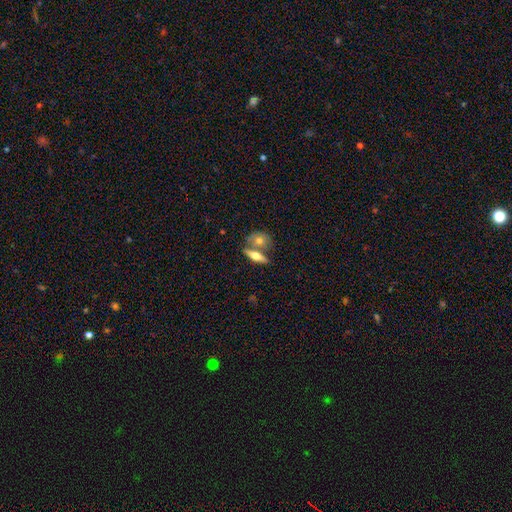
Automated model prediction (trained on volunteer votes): The model was most divided on "smooth or featured": smooth: 47%, featured or disk: 46%, star or artifact: 7%. More confident: merging — none (56%).